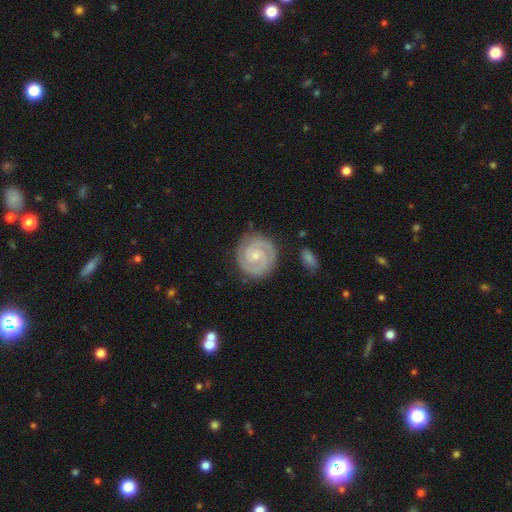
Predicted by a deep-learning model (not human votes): The model was most divided on "bar": no: 64%, weak: 28%, strong: 8%. More confident: spiral arms — yes (98%); edge-on disk — no (98%); smooth or featured — featured or disk (89%); spiral arm count — 2 (87%); merging — none (84%); spiral winding — tight (79%); bulge size — small (71%).